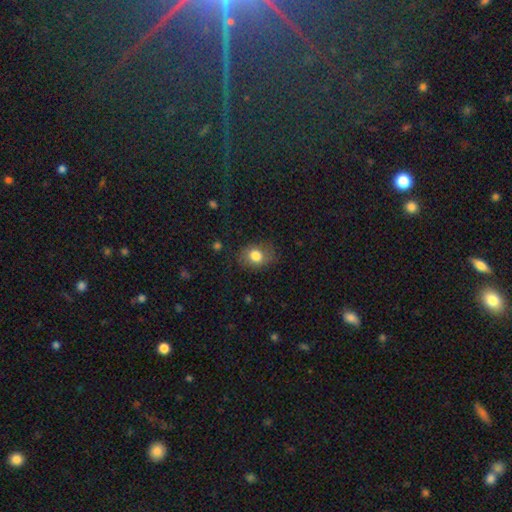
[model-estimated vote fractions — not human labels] smooth_or_featured: smooth (p=0.79) [alt: featured or disk p=0.11]
how_rounded: round (p=0.51) [alt: in between p=0.48]
merging: none (p=0.74) [alt: minor disturbance p=0.19]